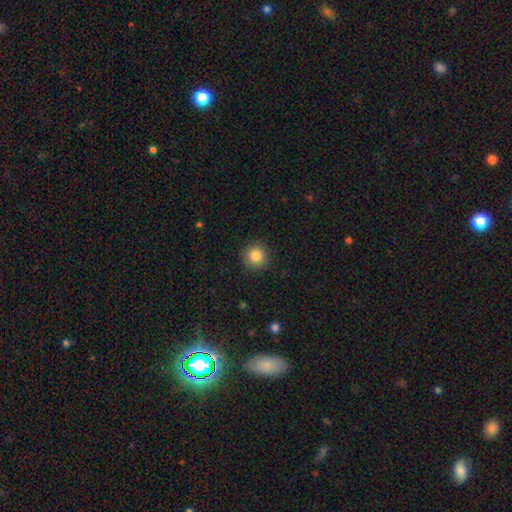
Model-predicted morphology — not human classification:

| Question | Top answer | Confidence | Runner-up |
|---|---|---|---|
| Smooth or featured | smooth | 86% | star or artifact (10%) |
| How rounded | round | 94% | in between (5%) |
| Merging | none | 90% | minor disturbance (7%) |